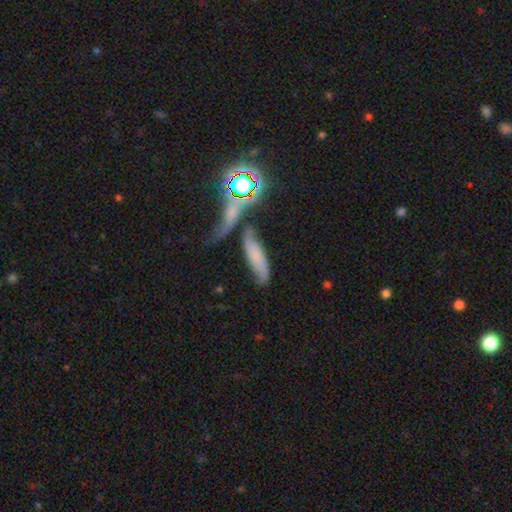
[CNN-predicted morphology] smooth 55%, featured or disk 26%, star or artifact 19%. Down the decision tree: how rounded — cigar-shaped (58%); merging — none (44%).